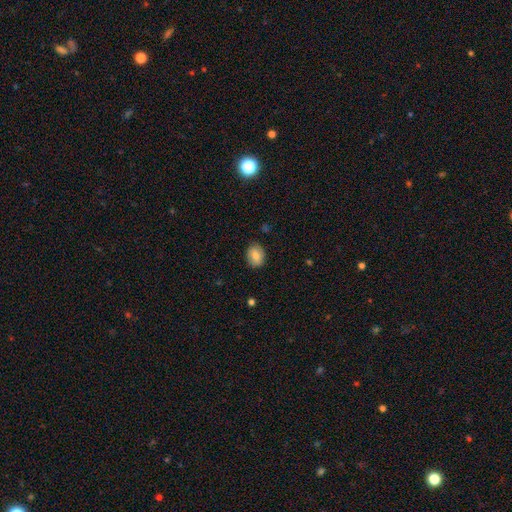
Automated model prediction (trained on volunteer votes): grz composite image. It shows a smooth galaxy with no disk features (83%) that is in between round and cigar-shaped (66%). Merging: none (83%).